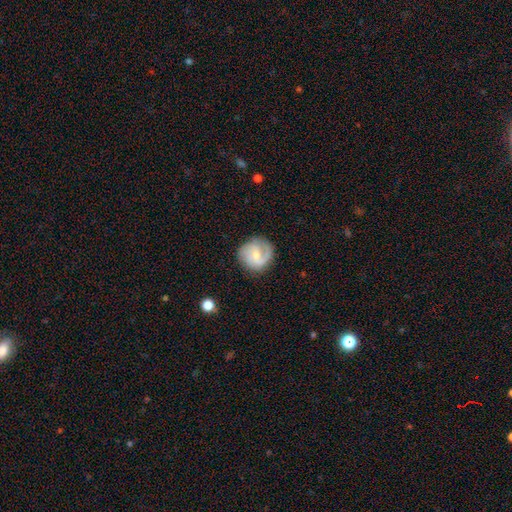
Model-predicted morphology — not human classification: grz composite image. It shows a featured or disk galaxy (65%) with a weak bar (49%), 2 (56%) medium (44%) spiral arms (92%) and a small central bulge (51%). Merging: none (75%).